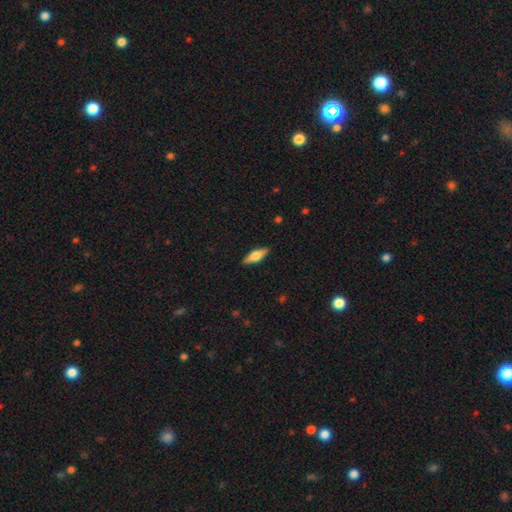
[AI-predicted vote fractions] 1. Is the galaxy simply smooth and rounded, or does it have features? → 51% smooth, 43% featured or disk, 6% star or artifact.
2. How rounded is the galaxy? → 51% in between, 47% cigar-shaped, 3% round.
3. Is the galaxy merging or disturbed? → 89% none, 9% minor disturbance, 2% major disturbance, 1% merger.